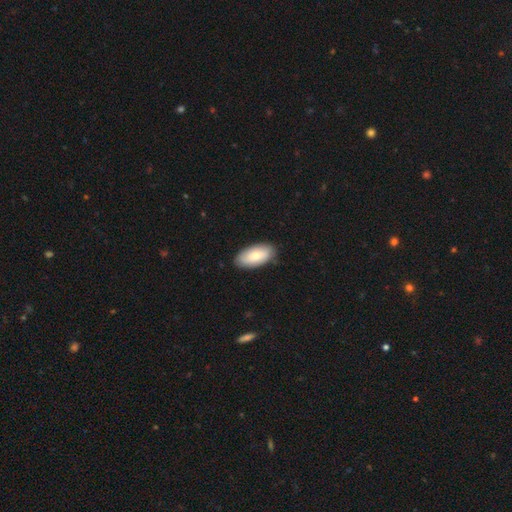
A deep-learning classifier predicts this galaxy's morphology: Smooth or featured: smooth — 73% (featured or disk — 22%)
How rounded: in between — 94% (cigar-shaped — 4%)
Merging: none — 86% (minor disturbance — 11%)